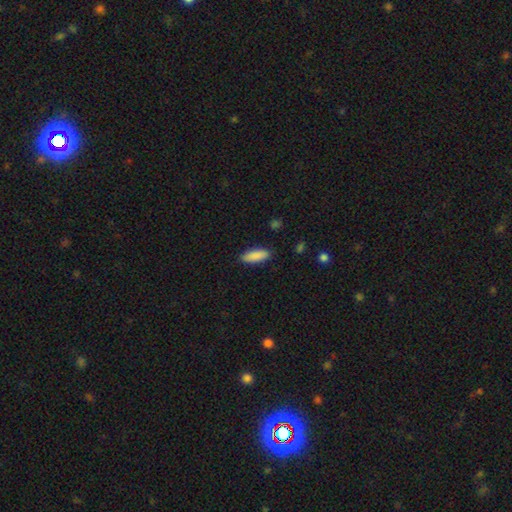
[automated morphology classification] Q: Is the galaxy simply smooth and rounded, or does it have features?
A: smooth — 89%.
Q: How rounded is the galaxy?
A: in between — 64%.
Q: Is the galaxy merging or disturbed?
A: none — 88%.